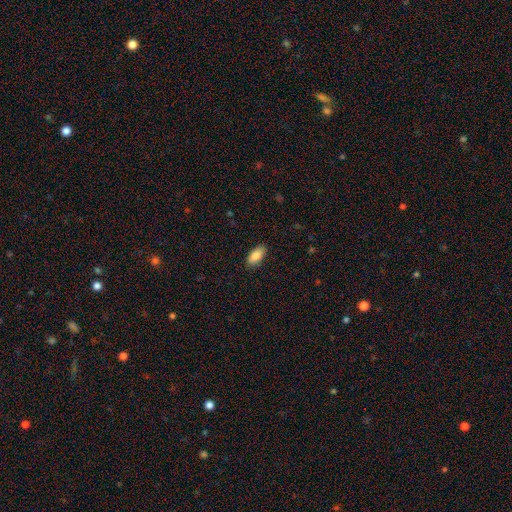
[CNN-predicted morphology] Overall: smooth (86%). How rounded: in between (91%). Merging: none (88%).